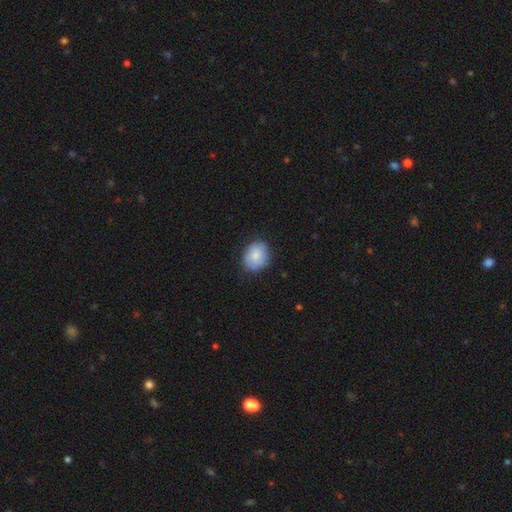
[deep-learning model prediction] Smooth or featured? Predicted: smooth (p=0.74). How rounded? Predicted: round (p=0.55). Merging? Predicted: none (p=0.76).